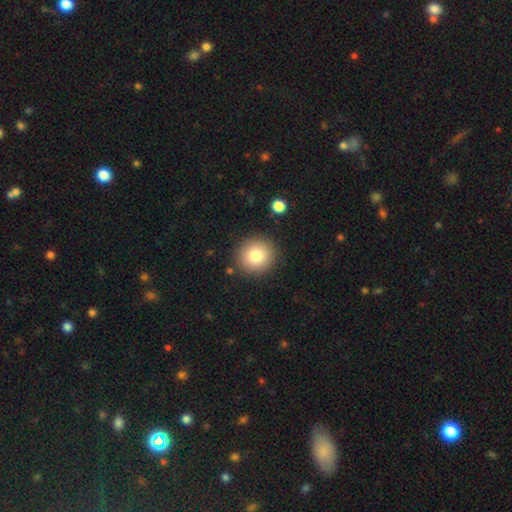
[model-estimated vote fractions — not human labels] Morphology: type=smooth (81%); roundness=round (92%); merging=none (89%).